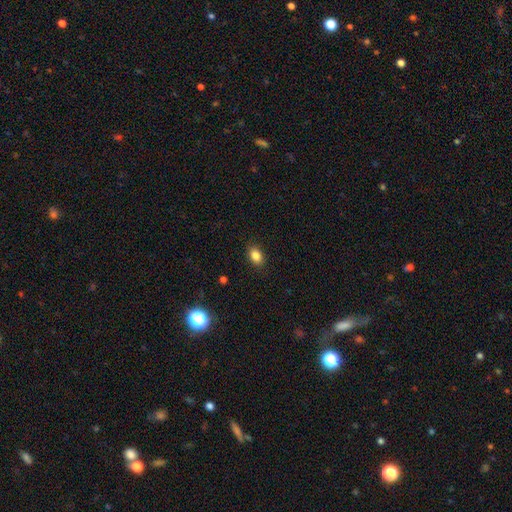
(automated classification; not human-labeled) The model was most divided on "how rounded": in between: 80%, round: 18%, cigar-shaped: 1%. More confident: merging — none (87%); smooth or featured — smooth (85%).